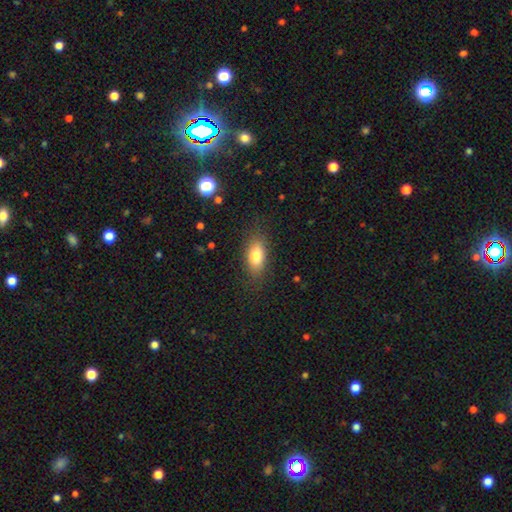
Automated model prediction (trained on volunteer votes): smooth 80%, featured or disk 12%, star or artifact 8%. Down the decision tree: how rounded — in between (85%); merging — none (82%).